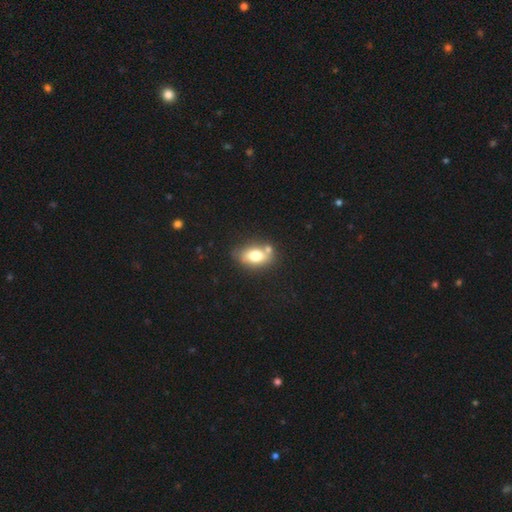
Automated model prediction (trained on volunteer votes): smooth_or_featured: smooth (p=0.71) [alt: featured or disk p=0.20]
how_rounded: in between (p=0.82) [alt: round p=0.16]
merging: none (p=0.60) [alt: merger p=0.20]